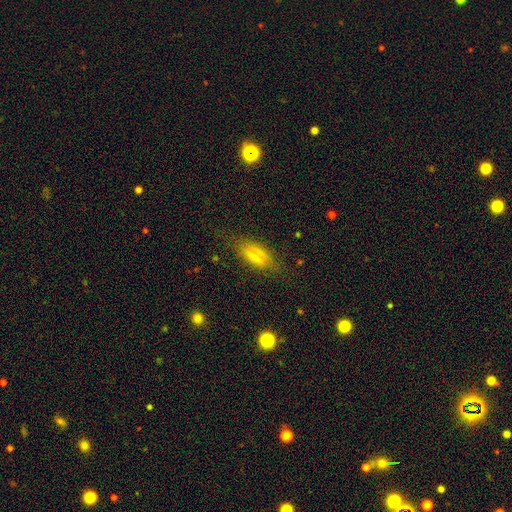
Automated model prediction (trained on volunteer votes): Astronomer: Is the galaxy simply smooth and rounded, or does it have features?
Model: smooth — 67%.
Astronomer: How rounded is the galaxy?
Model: in between — 71%.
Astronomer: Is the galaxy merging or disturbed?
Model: none — 77%.